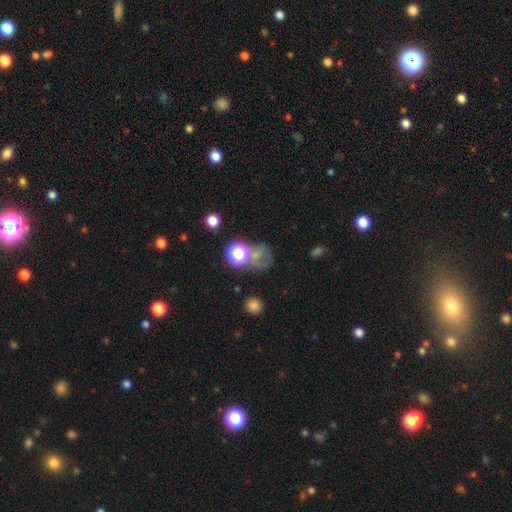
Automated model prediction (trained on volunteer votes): smooth 49%, star or artifact 33%, featured or disk 19%. Down the decision tree: merging — none (42%).